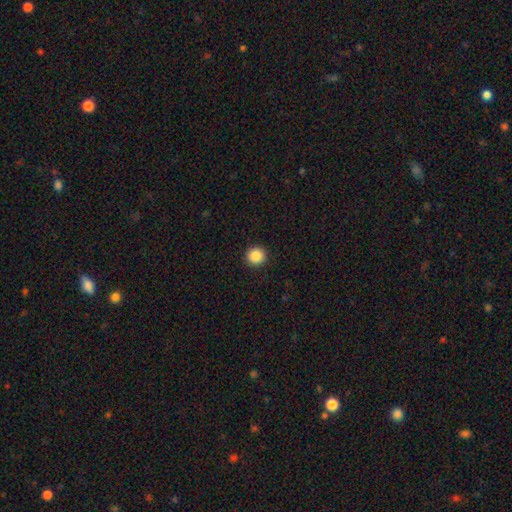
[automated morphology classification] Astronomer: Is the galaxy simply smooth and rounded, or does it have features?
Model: smooth — 87%.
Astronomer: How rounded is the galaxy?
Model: round — 94%.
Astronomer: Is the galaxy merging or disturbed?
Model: none — 93%.